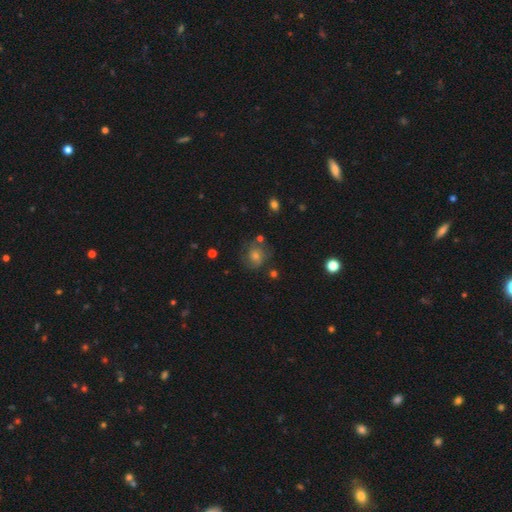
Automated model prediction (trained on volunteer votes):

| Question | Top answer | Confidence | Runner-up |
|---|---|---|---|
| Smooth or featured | featured or disk | 39% | tied: smooth (39%) |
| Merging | none | 74% | minor disturbance (15%) |